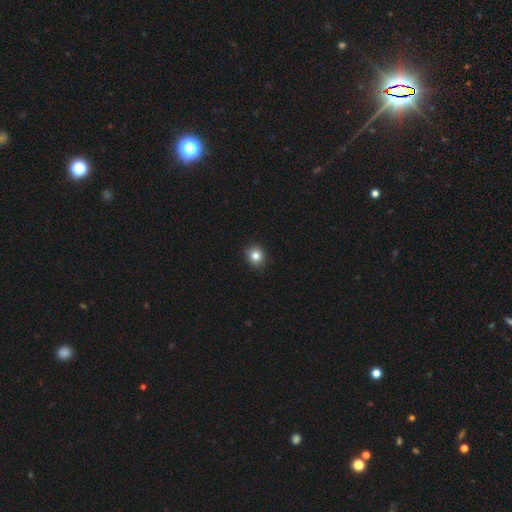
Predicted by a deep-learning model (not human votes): Smooth or featured? Predicted: smooth (p=0.83). How rounded? Predicted: round (p=0.80). Merging? Predicted: none (p=0.88).